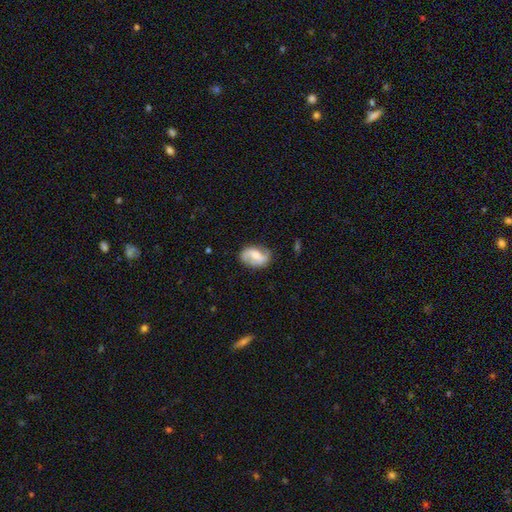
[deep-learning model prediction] Smooth or featured? Predicted: featured or disk (p=0.71). Edge-on disk? Predicted: no (p=0.97). Bar? Predicted: weak (p=0.45). Spiral arms? Predicted: yes (p=0.91). Spiral winding? Predicted: loose (p=0.53). Spiral arm count? Predicted: 2 (p=0.88). Bulge size? Predicted: moderate (p=0.47). Merging? Predicted: none (p=0.74).